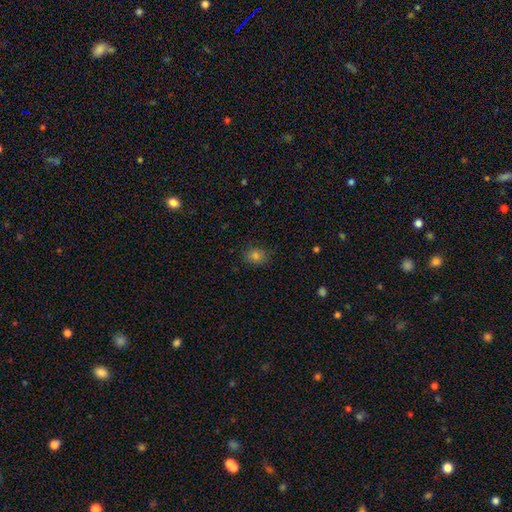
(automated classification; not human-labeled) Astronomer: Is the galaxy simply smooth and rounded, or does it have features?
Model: smooth — 78%.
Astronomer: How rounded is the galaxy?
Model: round — 59% (runner-up: in between, 40%).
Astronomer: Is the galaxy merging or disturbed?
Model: none — 83%.